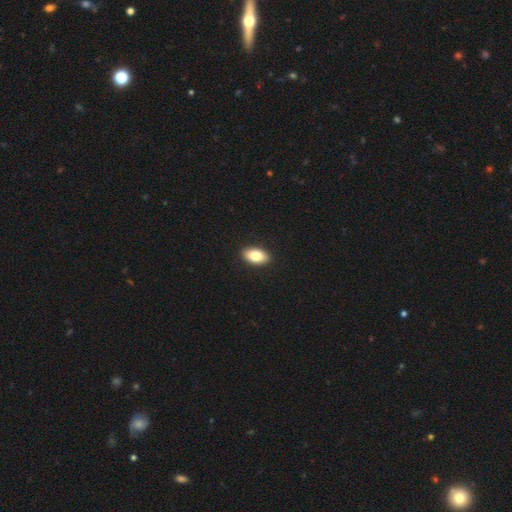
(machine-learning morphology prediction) Smooth or featured? smooth (83%)
How rounded? in between (92%)
Merging? none (92%)